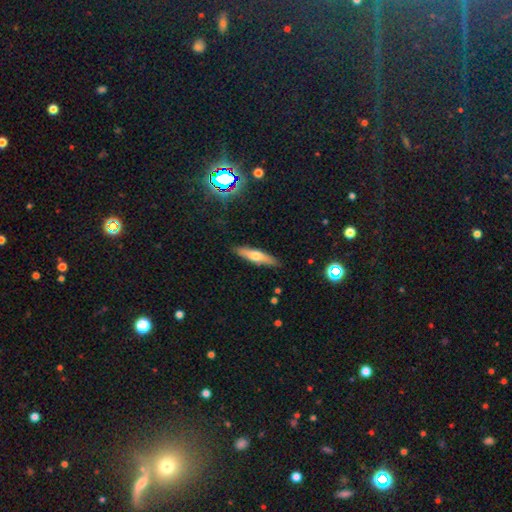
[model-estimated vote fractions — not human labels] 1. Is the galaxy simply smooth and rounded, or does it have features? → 55% smooth, 37% featured or disk, 7% star or artifact.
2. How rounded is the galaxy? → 76% cigar-shaped, 22% in between, 2% round.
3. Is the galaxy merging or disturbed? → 89% none, 8% minor disturbance, 2% major disturbance, 1% merger.